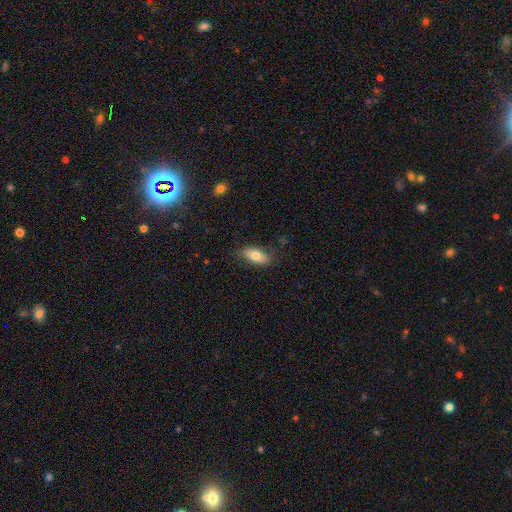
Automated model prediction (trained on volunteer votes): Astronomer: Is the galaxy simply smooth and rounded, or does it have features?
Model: smooth — 76%.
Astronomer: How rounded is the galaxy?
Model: in between — 89%.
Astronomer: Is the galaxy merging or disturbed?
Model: none — 78%.